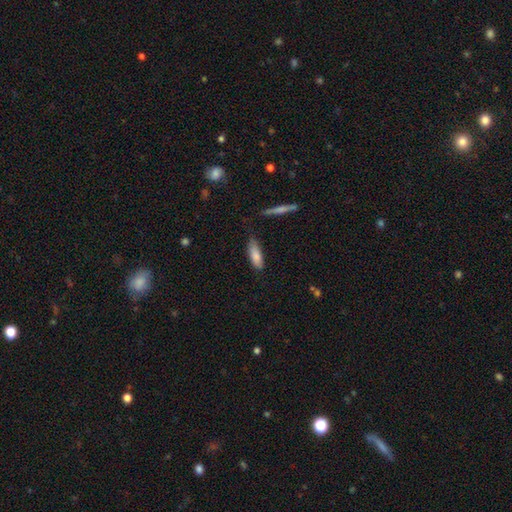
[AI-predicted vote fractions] Smooth or featured: smooth — 82% (featured or disk — 11%)
How rounded: in between — 56% (cigar-shaped — 42%)
Merging: none — 72% (minor disturbance — 21%)